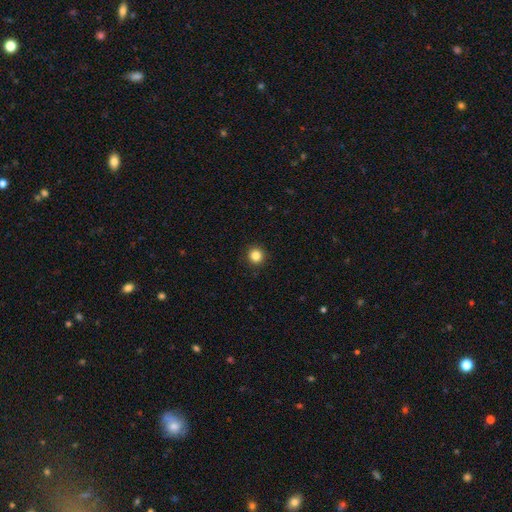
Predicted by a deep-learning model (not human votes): Overall: smooth (84%). How rounded: round (95%). Merging: none (93%).